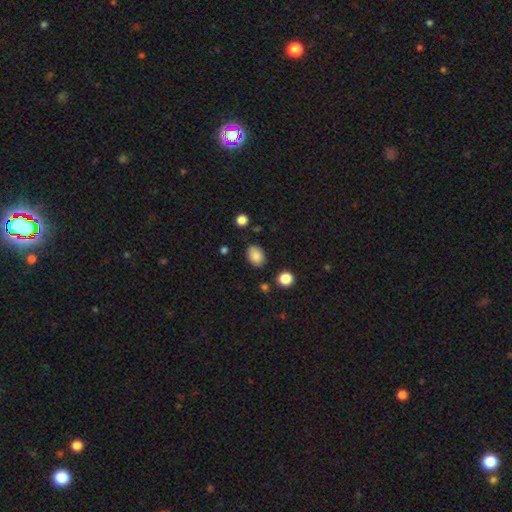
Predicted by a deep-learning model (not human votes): The model was most divided on "how rounded": in between: 77%, round: 22%, cigar-shaped: 1%. More confident: smooth or featured — smooth (86%); merging — none (83%).